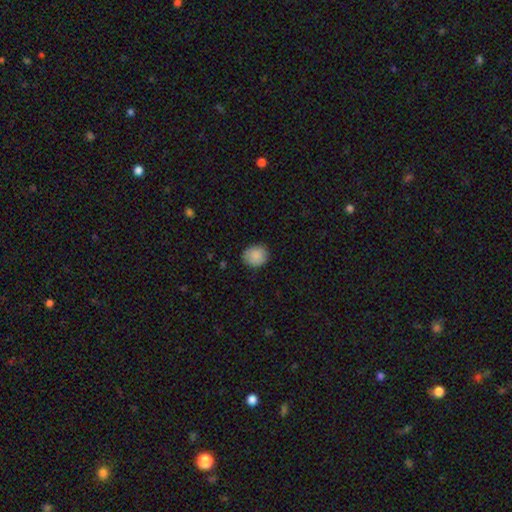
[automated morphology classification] smooth_or_featured: smooth (p=0.88) [alt: star or artifact p=0.07]
how_rounded: round (p=0.71) [alt: in between p=0.28]
merging: none (p=0.85) [alt: minor disturbance p=0.12]